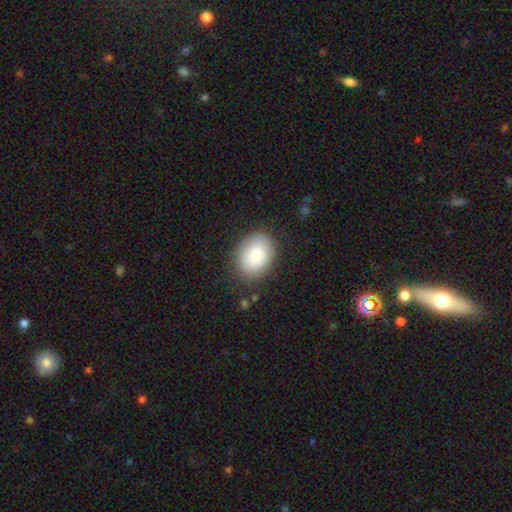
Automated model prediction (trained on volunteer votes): Q: Smooth or featured?
A: smooth (82%); runner-up: featured or disk (10%)
Q: How rounded?
A: in between (69%); runner-up: round (31%)
Q: Merging?
A: none (83%); runner-up: minor disturbance (12%)